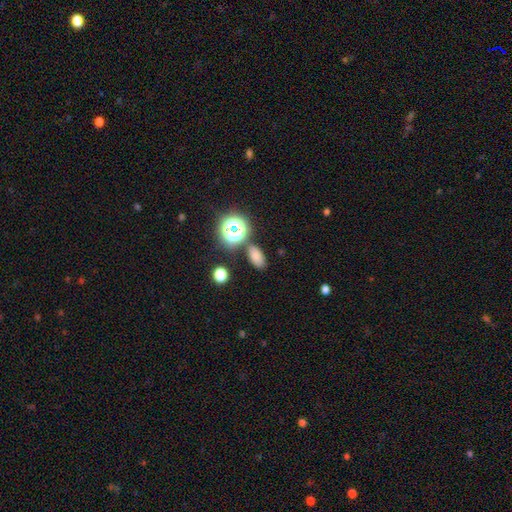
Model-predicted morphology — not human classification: This is likely a smooth galaxy (73%). How rounded: clearly in between (84%). Merging: likely none (79%).